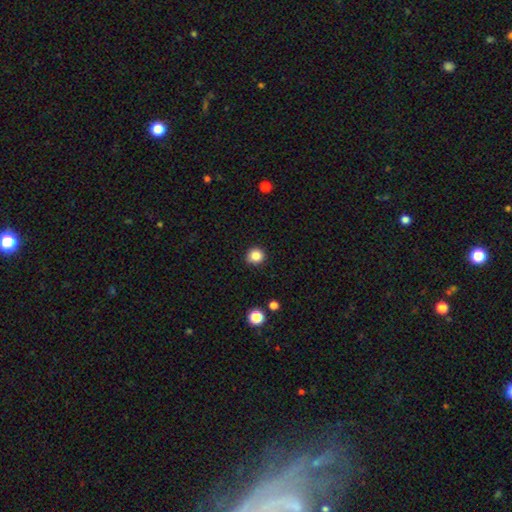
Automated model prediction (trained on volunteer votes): This is clearly a smooth galaxy (85%). How rounded: clearly round (89%). Merging: clearly none (90%).